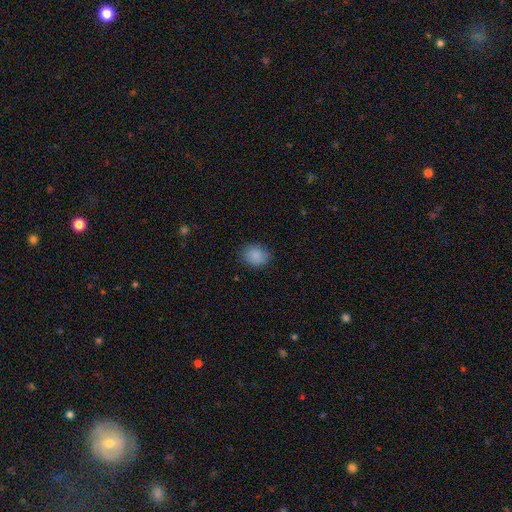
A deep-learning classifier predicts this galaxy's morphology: This is clearly a smooth galaxy (88%). How rounded: possibly round (53%). Merging: clearly none (83%).